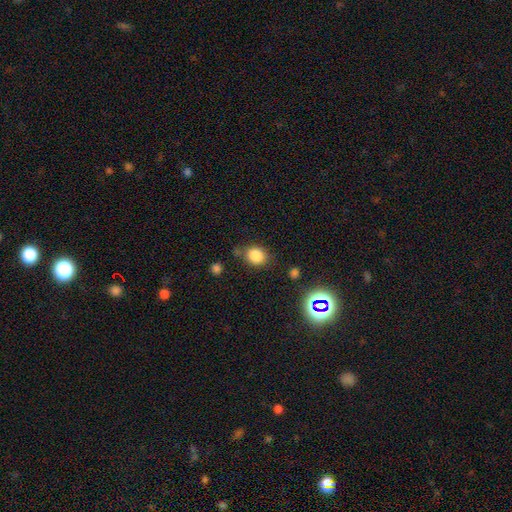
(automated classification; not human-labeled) smooth 83%, star or artifact 11%, featured or disk 5%. Down the decision tree: how rounded — round (64%); merging — none (71%).